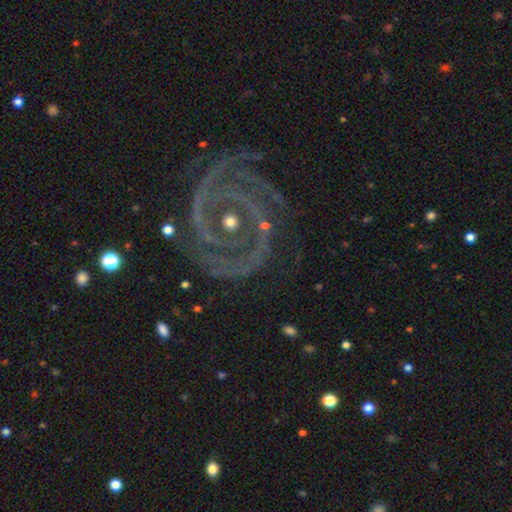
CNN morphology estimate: Overall: featured or disk (88%). Edge-on disk: no (97%). Bar: weak (36%; no 33%). Spiral arms: yes (96%). Spiral arm count: 2 (43%; 3 18%). Spiral winding: tight (60%; medium 33%). Bulge size: small (65%; moderate 29%). Merging: none (70%).